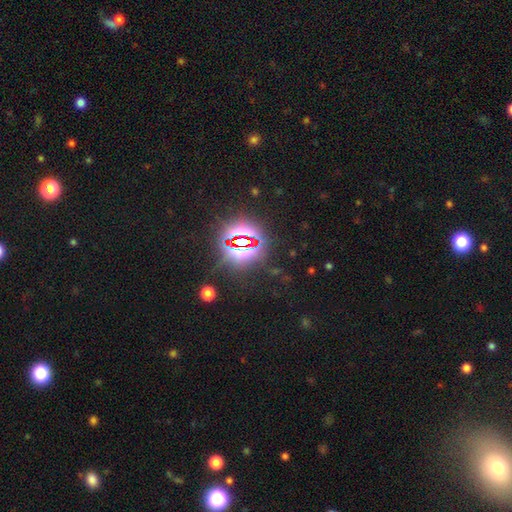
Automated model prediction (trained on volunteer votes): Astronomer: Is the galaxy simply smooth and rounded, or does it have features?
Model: star or artifact — 82%.